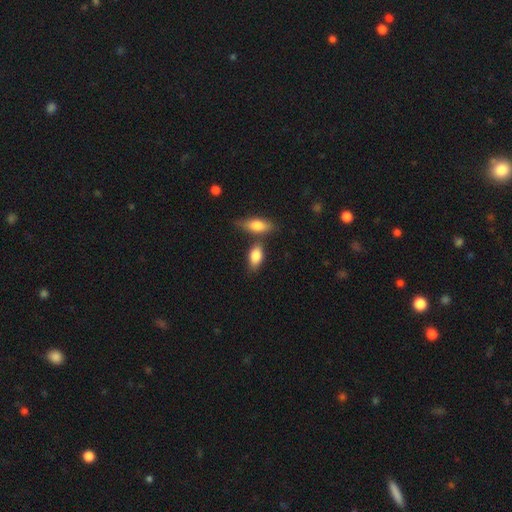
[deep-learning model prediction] Morphology: type=smooth (84%); roundness=in between (88%); merging=none (56%).